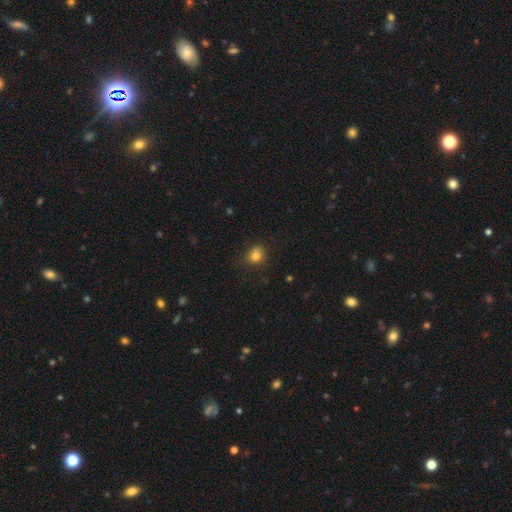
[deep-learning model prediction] A smooth galaxy with no disk features (79%) that is round (66%). Merging: none (68%).